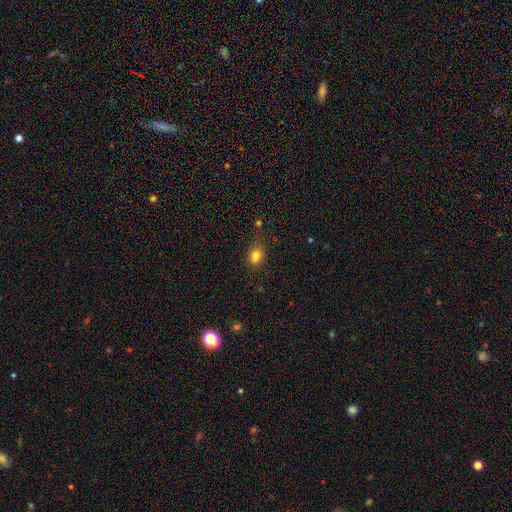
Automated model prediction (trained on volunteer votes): Overall: smooth (80%). How rounded: in between (56%; round 42%). Merging: none (67%).